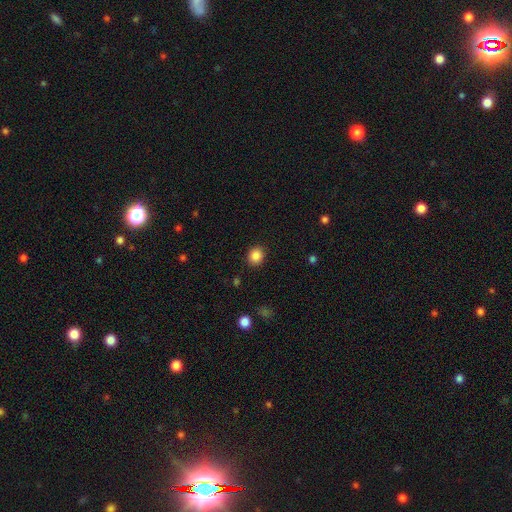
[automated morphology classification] This appears to be a smooth galaxy with no disk features (86%) that is round (81%). Merging: none (90%).